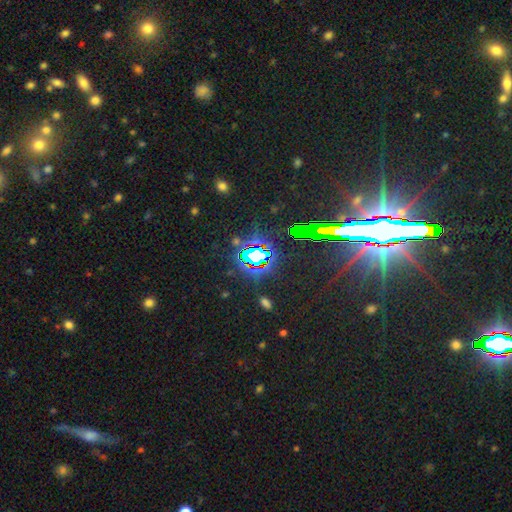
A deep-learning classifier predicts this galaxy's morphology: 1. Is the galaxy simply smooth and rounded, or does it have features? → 74% star or artifact, 15% smooth, 11% featured or disk.